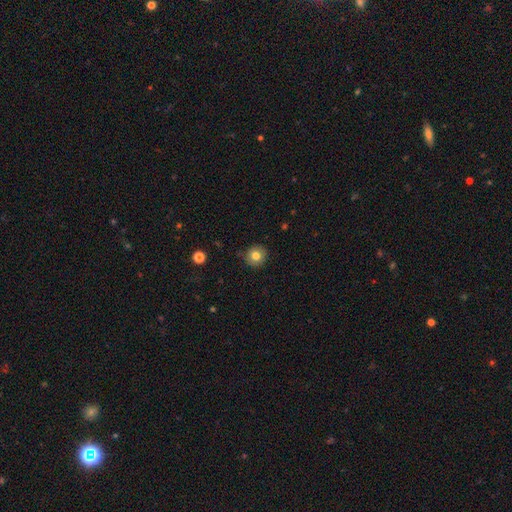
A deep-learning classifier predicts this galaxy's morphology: This appears to be a smooth galaxy with no disk features (80%) that is round (92%). Merging: none (87%).